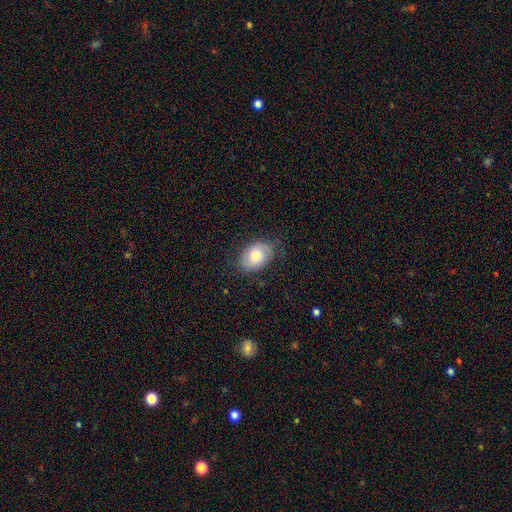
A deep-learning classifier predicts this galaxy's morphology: This appears to be a smooth galaxy with no disk features (72%) that is in between round and cigar-shaped (80%). Merging: none (71%).